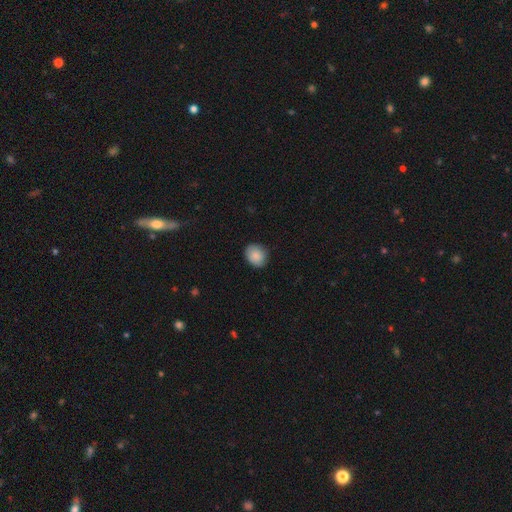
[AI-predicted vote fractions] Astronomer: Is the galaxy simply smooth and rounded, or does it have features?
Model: smooth — 88%.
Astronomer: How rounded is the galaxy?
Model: round — 65%.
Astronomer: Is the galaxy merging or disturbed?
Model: none — 85%.